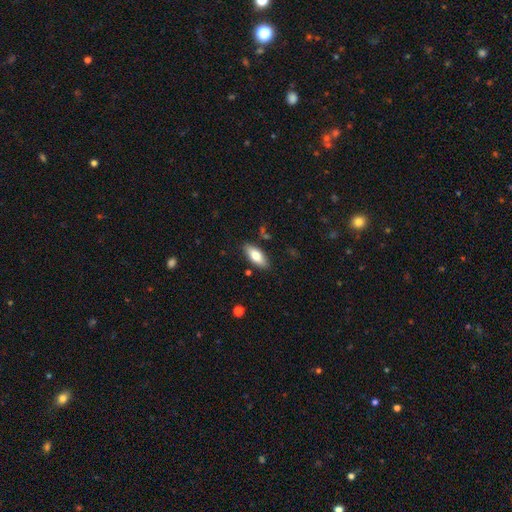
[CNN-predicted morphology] This is likely a smooth galaxy (77%). How rounded: clearly in between (82%). Merging: clearly none (85%).